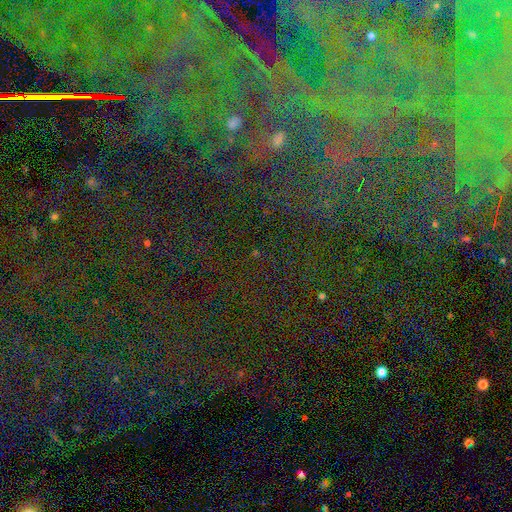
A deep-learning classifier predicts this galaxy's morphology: A star or artifact, not a galaxy (68%).

Vote fractions:
- Smooth or featured? star or artifact: 68% / featured or disk: 19% / smooth: 12%